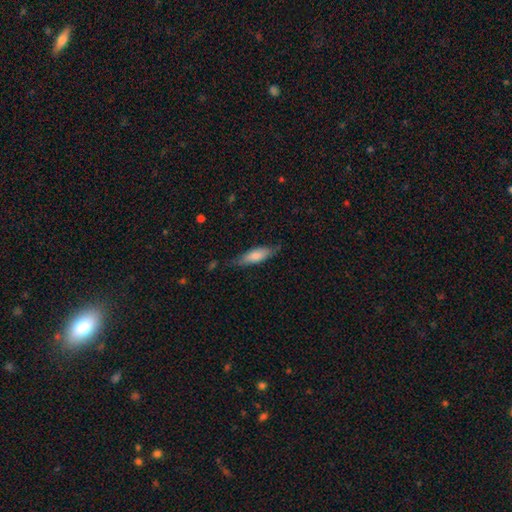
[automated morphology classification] Smooth or featured?
  - smooth: 74% *
  - featured or disk: 20%
  - star or artifact: 6%
How rounded?
  - cigar-shaped: 50% *
  - in between: 48%
  - round: 2%
Merging?
  - none: 70% *
  - minor disturbance: 23%
  - major disturbance: 5%
  - merger: 2%